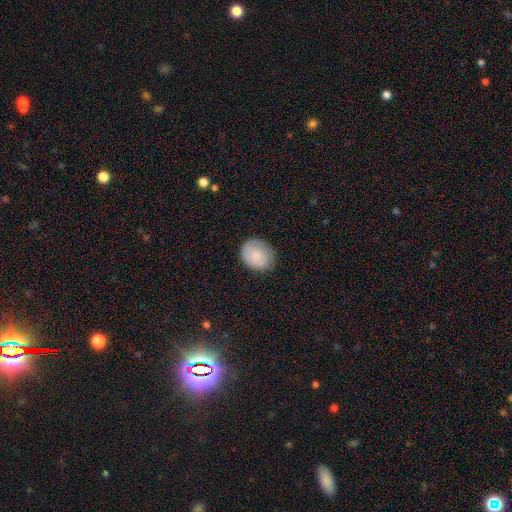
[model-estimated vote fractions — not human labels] Smooth or featured?
  - smooth: 81% *
  - featured or disk: 13%
  - star or artifact: 7%
How rounded?
  - round: 61% *
  - in between: 38%
  - cigar-shaped: 1%
Merging?
  - none: 77% *
  - minor disturbance: 18%
  - major disturbance: 4%
  - merger: 1%